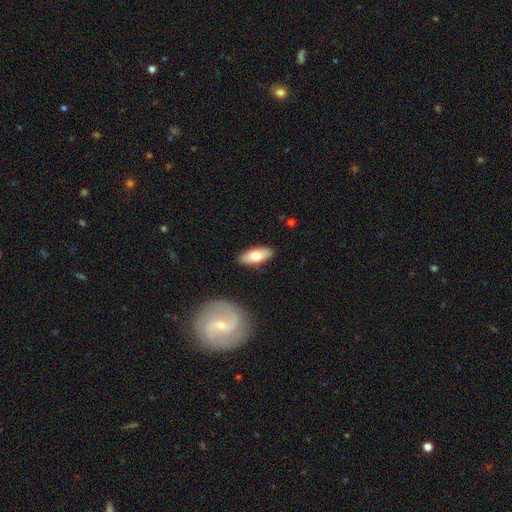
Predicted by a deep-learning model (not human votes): smooth_or_featured: smooth (p=0.70) [alt: featured or disk p=0.24]
how_rounded: in between (p=0.80) [alt: cigar-shaped p=0.17]
merging: none (p=0.87) [alt: minor disturbance p=0.09]